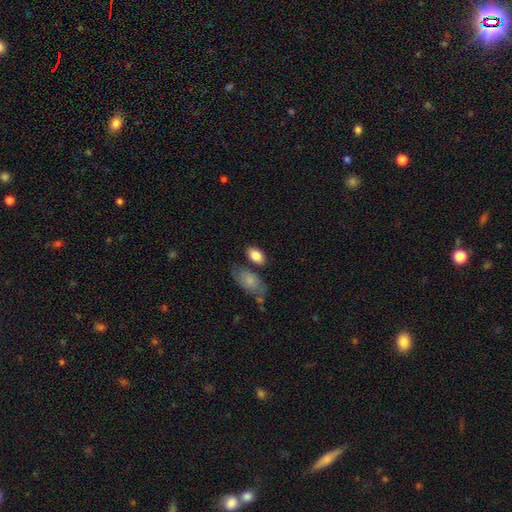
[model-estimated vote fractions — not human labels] Smooth or featured: smooth — 85% (featured or disk — 9%)
How rounded: in between — 90% (round — 7%)
Merging: none — 68% (minor disturbance — 16%)